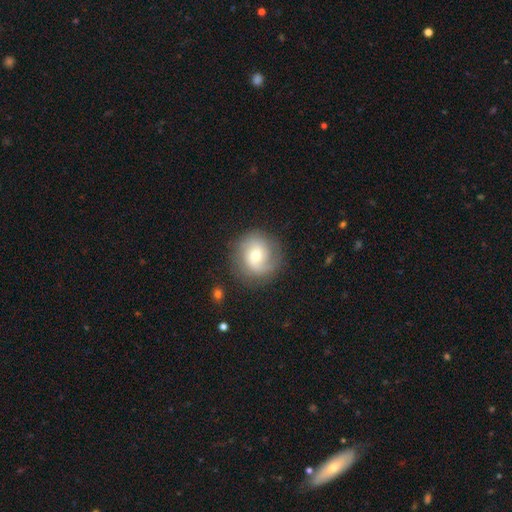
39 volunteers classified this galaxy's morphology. This is likely a featured or disk galaxy (69%). It is clearly not viewed edge-on (100%). Bar: possibly weak (48%, tied with no). Spiral arm pattern: clearly yes (96%). Spiral arm count: possibly 2 (46%). Spiral winding: possibly tight (46%). Central bulge: likely moderate (70%). Merging: clearly none (80%).